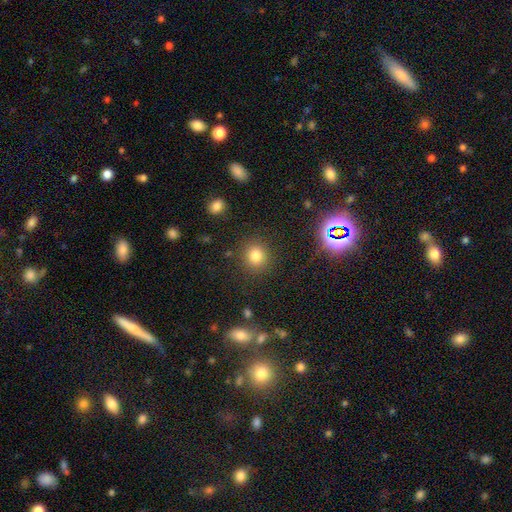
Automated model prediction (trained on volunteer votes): Smooth or featured?
  - smooth: 79% *
  - star or artifact: 14%
  - featured or disk: 7%
How rounded?
  - round: 84% *
  - in between: 15%
  - cigar-shaped: 1%
Merging?
  - none: 87% *
  - minor disturbance: 8%
  - major disturbance: 3%
  - merger: 2%